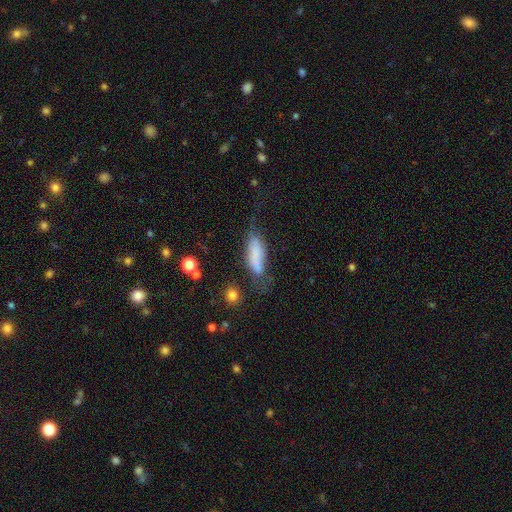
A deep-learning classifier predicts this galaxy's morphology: Smooth or featured? smooth (67%)
How rounded? in between (57%)
Merging? none (36%)